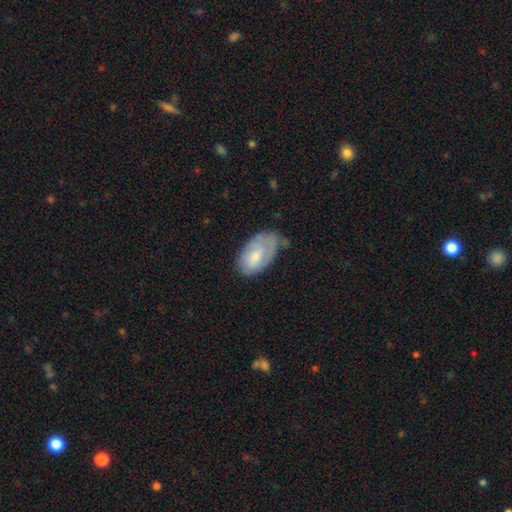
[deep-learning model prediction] Smooth or featured? Predicted: smooth (p=0.63). How rounded? Predicted: in between (p=0.94). Merging? Predicted: none (p=0.48).